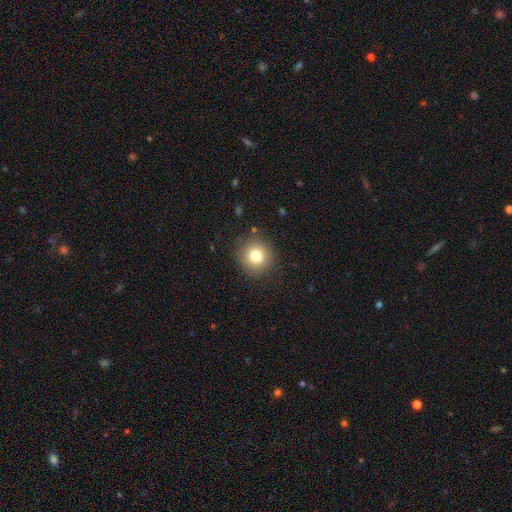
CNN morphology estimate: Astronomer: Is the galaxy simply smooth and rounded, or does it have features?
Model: smooth — 79%.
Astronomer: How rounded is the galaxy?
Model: round — 93%.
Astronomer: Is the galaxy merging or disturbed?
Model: none — 88%.